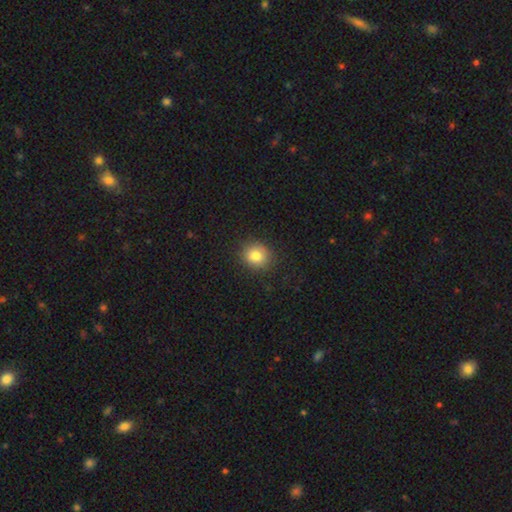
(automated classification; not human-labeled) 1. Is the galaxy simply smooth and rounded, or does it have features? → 81% smooth, 11% star or artifact, 8% featured or disk.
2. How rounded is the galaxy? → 80% round, 19% in between, 1% cigar-shaped.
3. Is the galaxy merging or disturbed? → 87% none, 10% minor disturbance, 3% major disturbance, 1% merger.